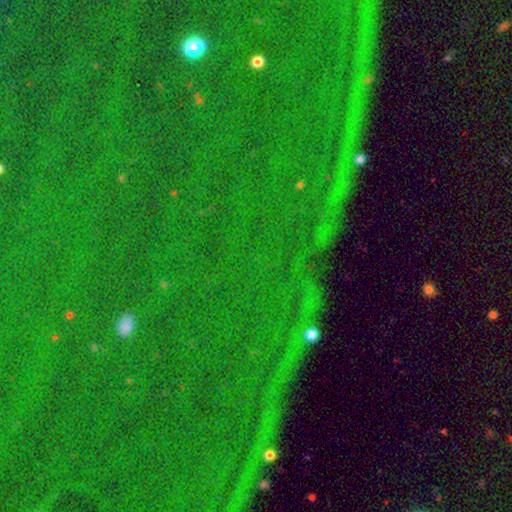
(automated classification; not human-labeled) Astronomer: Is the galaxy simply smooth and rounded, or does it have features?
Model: star or artifact — 82%.